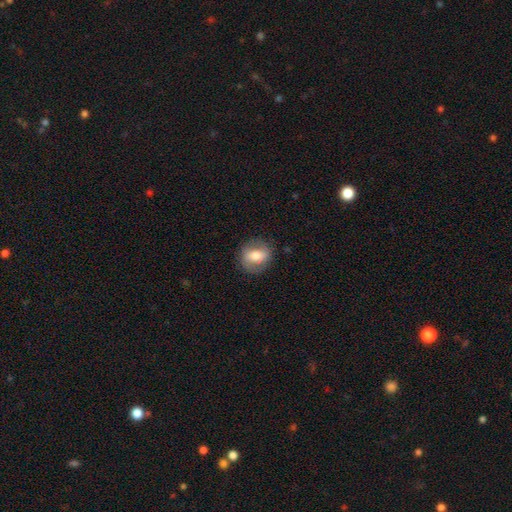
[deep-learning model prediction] The model was most divided on "how rounded": round: 59%, in between: 40%, cigar-shaped: 2%. More confident: merging — none (81%); smooth or featured — smooth (58%).